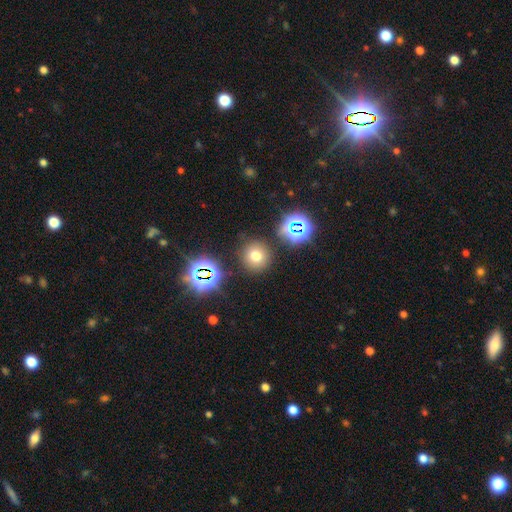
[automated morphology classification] Smooth or featured? Predicted: smooth (p=0.65). How rounded? Predicted: round (p=0.93). Merging? Predicted: none (p=0.86).